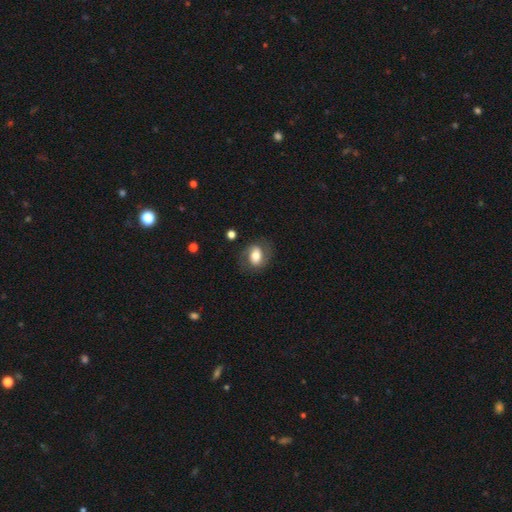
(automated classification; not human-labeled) smooth-or-featured: smooth: 55% | featured or disk: 37% | star or artifact: 8%
  how-rounded: in between: 70% | round: 28% | cigar-shaped: 2%
  merging: none: 73% | minor disturbance: 16% | major disturbance: 9% | merger: 2%